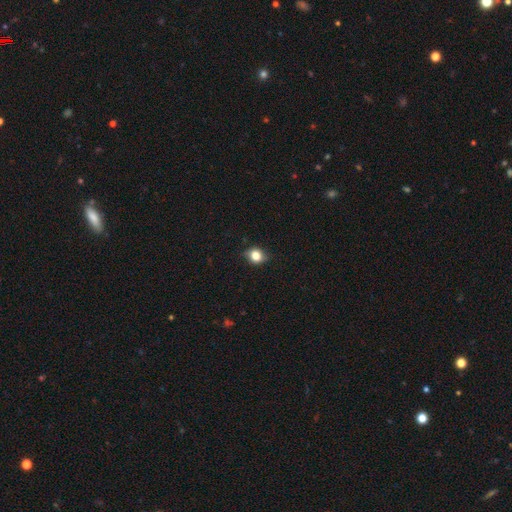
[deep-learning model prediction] Smooth or featured?
  - smooth: 78% *
  - featured or disk: 11%
  - star or artifact: 11%
How rounded?
  - round: 60% *
  - in between: 38%
  - cigar-shaped: 1%
Merging?
  - none: 80% *
  - minor disturbance: 16%
  - major disturbance: 3%
  - merger: 1%